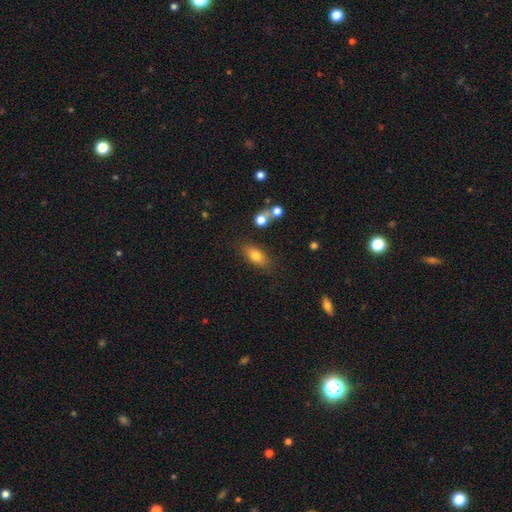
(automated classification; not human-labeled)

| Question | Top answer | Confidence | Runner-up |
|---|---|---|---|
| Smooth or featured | smooth | 76% | featured or disk (15%) |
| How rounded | in between | 80% | cigar-shaped (11%) |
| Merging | none | 77% | minor disturbance (13%) |